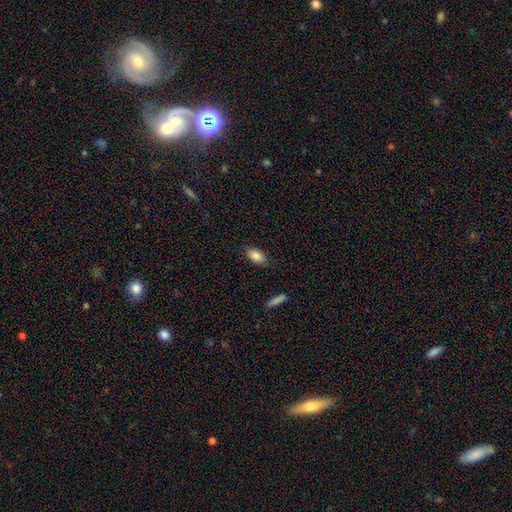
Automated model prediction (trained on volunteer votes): Overall: smooth (86%). How rounded: in between (92%). Merging: none (80%).